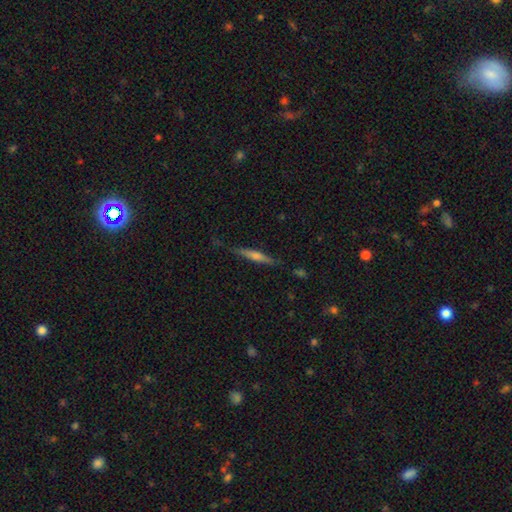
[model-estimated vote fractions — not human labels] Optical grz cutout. It shows a featured or disk galaxy (64%) viewed edge-on (97%) with a rounded central bulge (75%). Merging: none (85%).